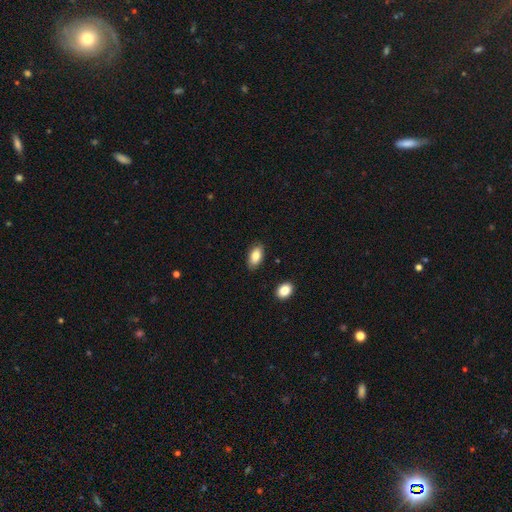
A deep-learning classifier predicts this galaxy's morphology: The model was most divided on "smooth or featured": smooth: 83%, featured or disk: 10%, star or artifact: 7%. More confident: how rounded — in between (93%); merging — none (87%).